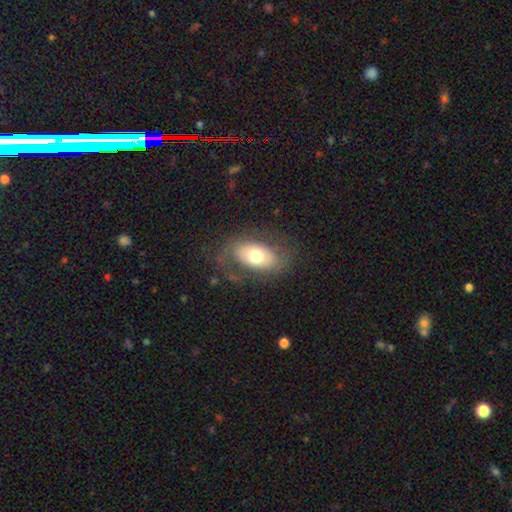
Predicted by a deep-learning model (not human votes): Smooth or featured? smooth (55%)
How rounded? in between (89%)
Merging? none (66%)